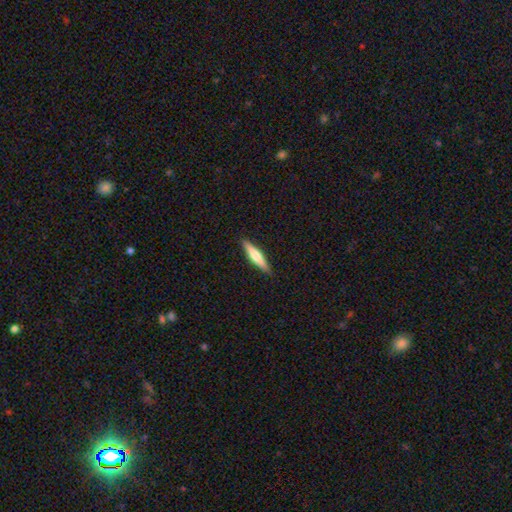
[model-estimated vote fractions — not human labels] Morphology: type=smooth (55%); roundness=cigar-shaped (85%); merging=none (90%).